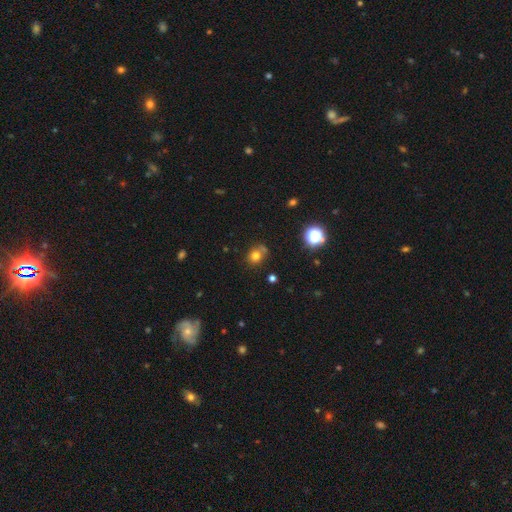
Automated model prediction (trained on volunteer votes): The model was most divided on "how rounded": round: 70%, in between: 29%, cigar-shaped: 1%. More confident: smooth or featured — smooth (74%); merging — none (62%).